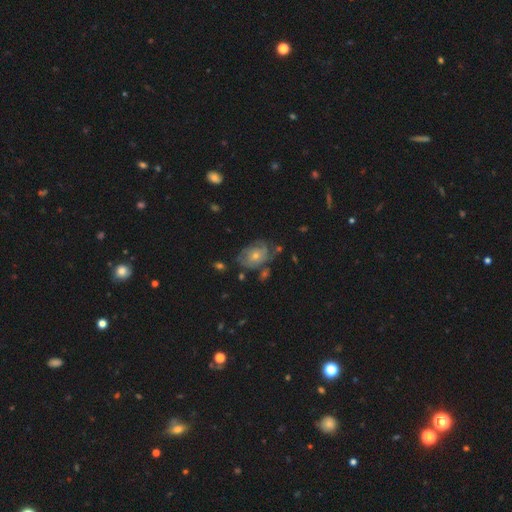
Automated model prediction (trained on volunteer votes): This appears to be a featured or disk galaxy (68%) with no bar (80%), tight (62%) spiral arms (84%) and a small central bulge (48%, tied with moderate). Merging: none (63%).